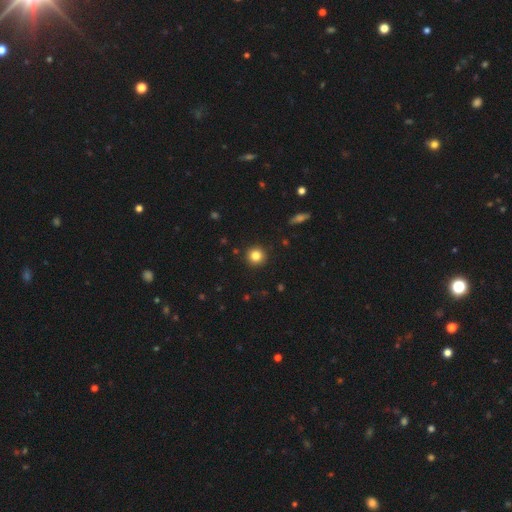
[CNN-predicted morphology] Smooth or featured?
  - smooth: 83% *
  - star or artifact: 11%
  - featured or disk: 6%
How rounded?
  - round: 95% *
  - in between: 4%
  - cigar-shaped: 1%
Merging?
  - none: 92% *
  - minor disturbance: 5%
  - major disturbance: 2%
  - merger: 1%